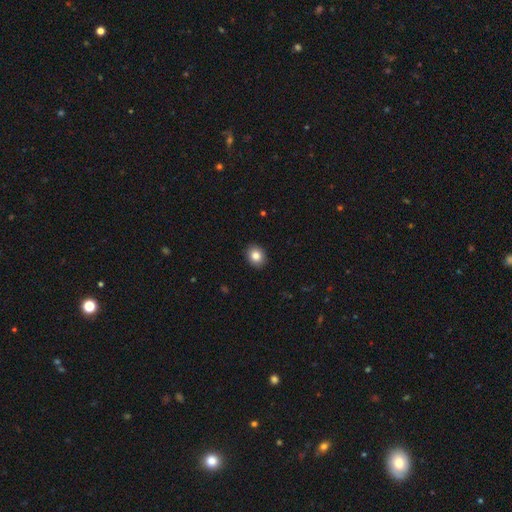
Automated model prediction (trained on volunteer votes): This is clearly a smooth galaxy (84%). How rounded: likely round (60%). Merging: clearly none (91%).